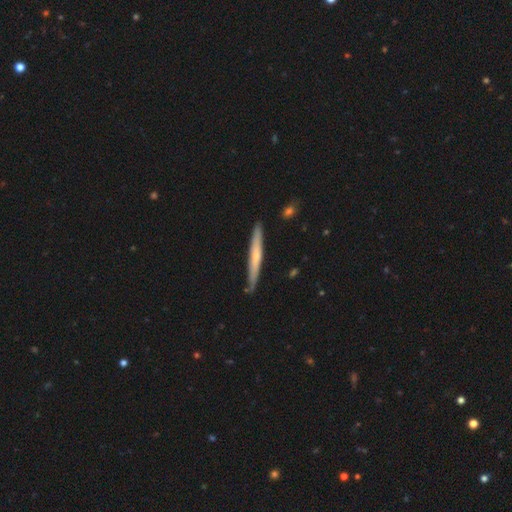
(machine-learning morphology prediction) Overall: featured or disk (49%; smooth 45%). Merging: none (86%).